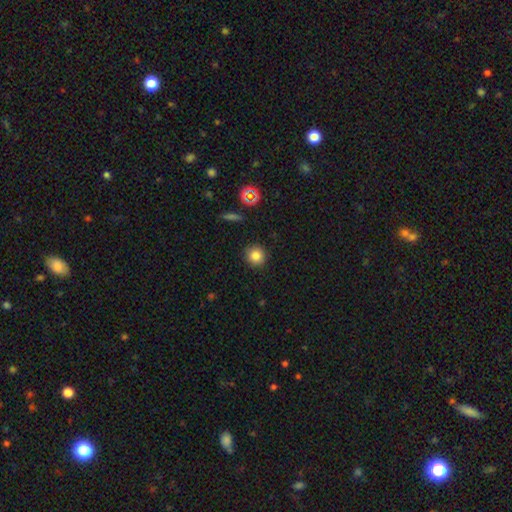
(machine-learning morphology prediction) This is clearly a smooth galaxy (81%). How rounded: clearly round (93%). Merging: clearly none (91%).